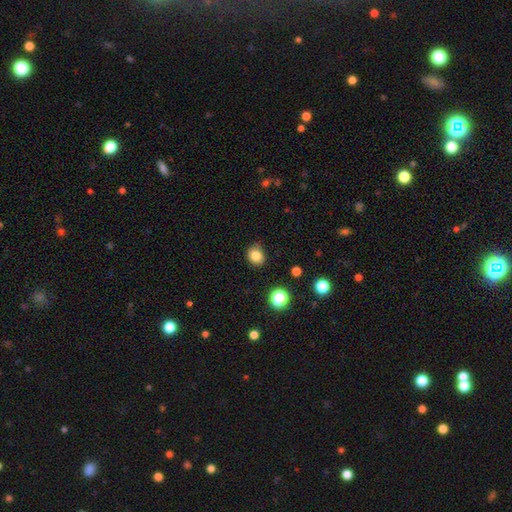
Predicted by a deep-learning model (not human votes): Smooth or featured? smooth (81%)
How rounded? round (65%)
Merging? none (80%)